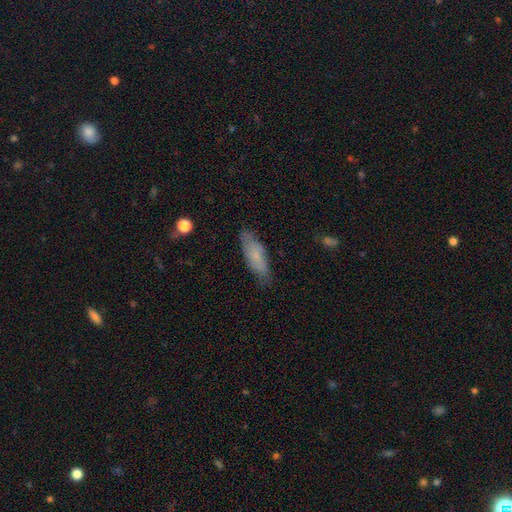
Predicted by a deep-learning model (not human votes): Smooth or featured: smooth — 68% (featured or disk — 25%)
How rounded: in between — 58% (cigar-shaped — 40%)
Merging: none — 77% (minor disturbance — 18%)